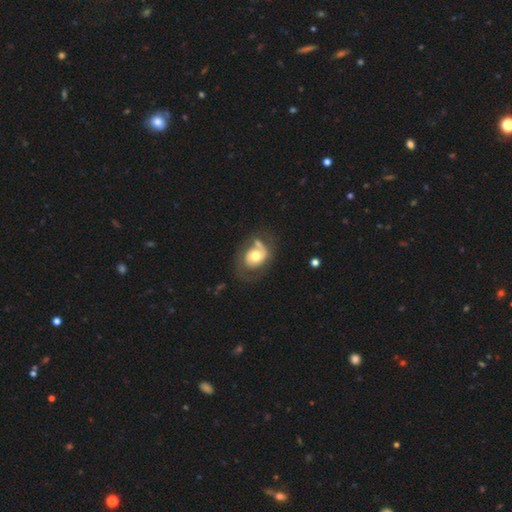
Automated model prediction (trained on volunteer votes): Morphology: type=featured or disk (61%); edge-on=no (96%); bar=no (77%); spiral arms=yes (72%); bulge=moderate (65%); merging=none (47%).